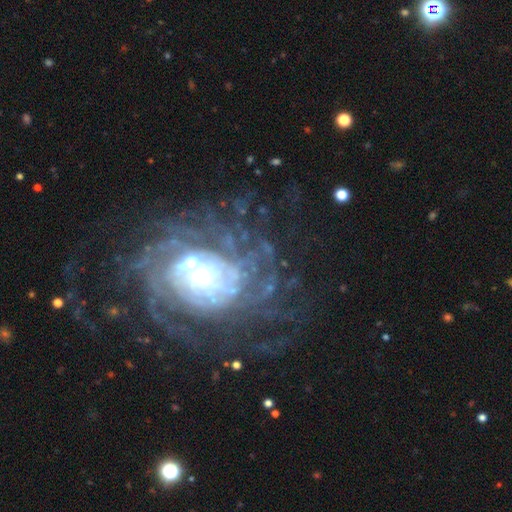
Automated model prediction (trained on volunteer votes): Morphology: type=featured or disk (83%); edge-on=no (97%); bar=no (62%); spiral arms=yes (93%); winding=tight (74%); arm count=can't tell (33%); bulge=small (47%); merging=none (70%).